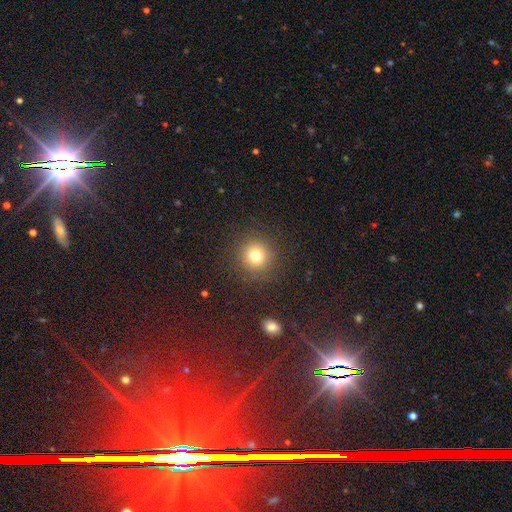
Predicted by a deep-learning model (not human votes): A smooth galaxy with no disk features (75%) that is round (93%). Merging: none (89%).